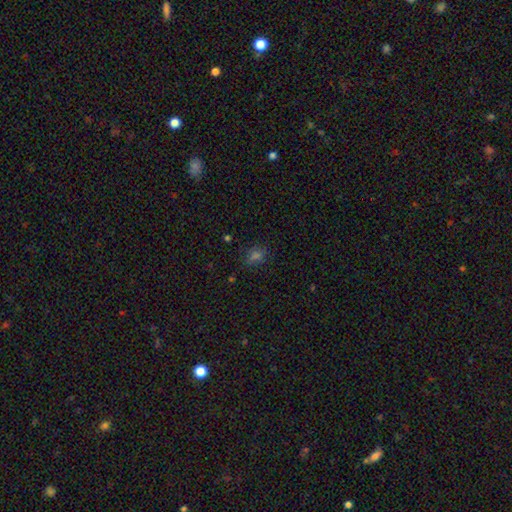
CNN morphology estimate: smooth_or_featured: smooth (p=0.59) [alt: star or artifact p=0.33]
how_rounded: in between (p=0.60) [alt: round p=0.37]
merging: none (p=0.77) [alt: minor disturbance p=0.15]